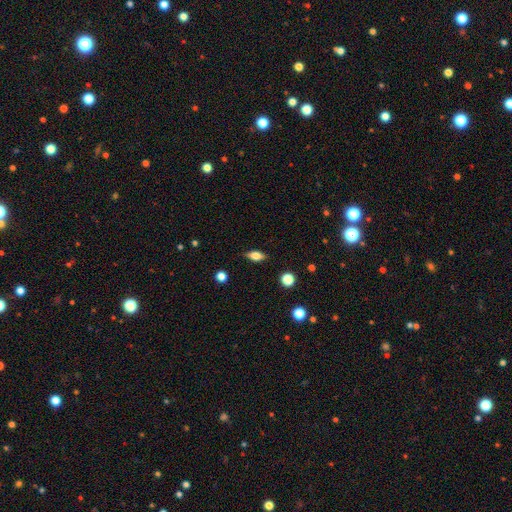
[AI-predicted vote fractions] This is likely a smooth galaxy (68%). How rounded: likely in between (78%). Merging: clearly none (85%).